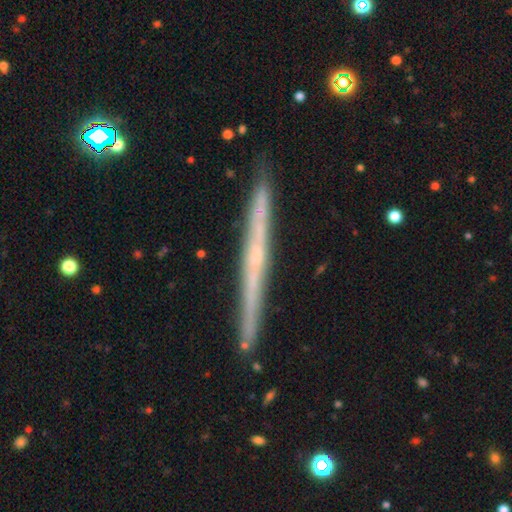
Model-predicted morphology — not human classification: type=featured or disk (72%); edge-on=yes (97%); edge-on bulge=none (67%); merging=none (90%).